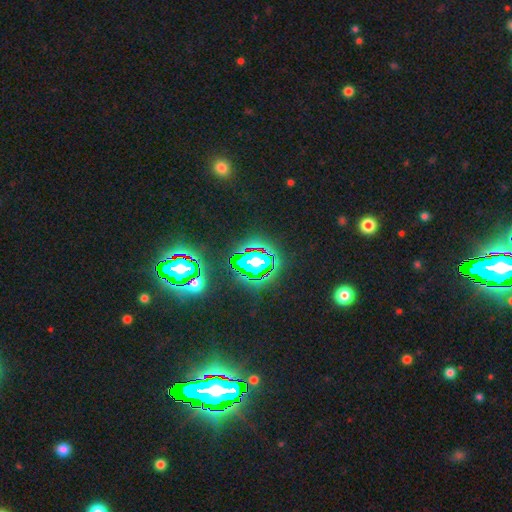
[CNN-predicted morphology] star or artifact 69%, smooth 19%, featured or disk 12%.